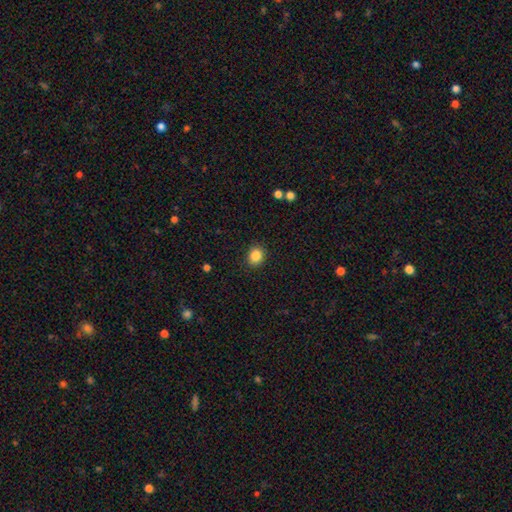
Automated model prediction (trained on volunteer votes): smooth-or-featured: smooth: 86% | star or artifact: 10% | featured or disk: 4%
  how-rounded: round: 70% | in between: 30% | cigar-shaped: 1%
  merging: none: 90% | minor disturbance: 7% | major disturbance: 2% | merger: 1%